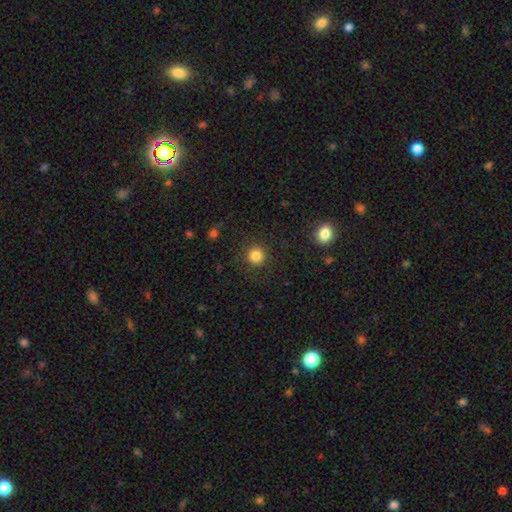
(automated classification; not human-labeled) Smooth or featured?
  - smooth: 84% *
  - star or artifact: 11%
  - featured or disk: 5%
How rounded?
  - round: 94% *
  - in between: 5%
  - cigar-shaped: 1%
Merging?
  - none: 89% *
  - minor disturbance: 6%
  - major disturbance: 3%
  - merger: 1%